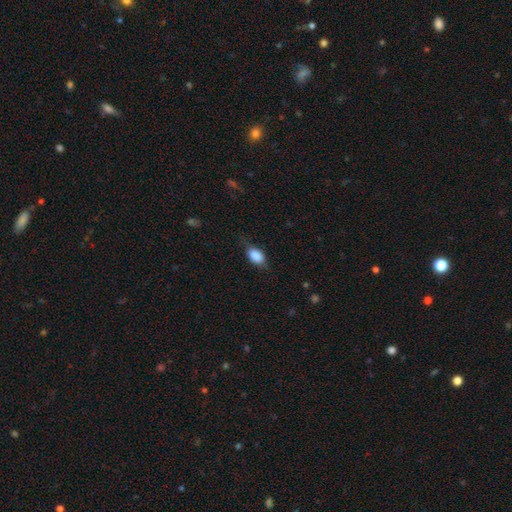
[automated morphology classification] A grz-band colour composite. It shows a smooth galaxy with no disk features (82%) that is in between round and cigar-shaped (84%). Merging: none (60%).